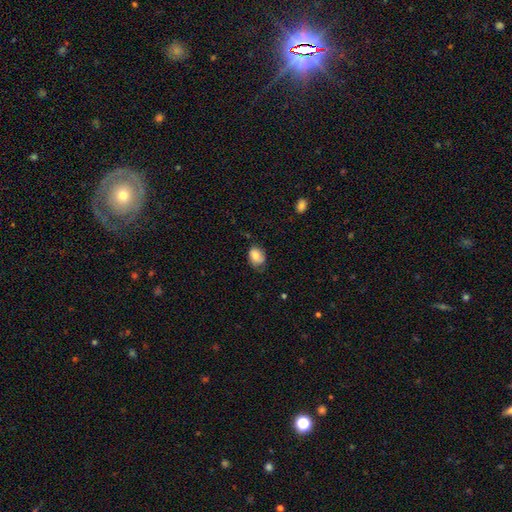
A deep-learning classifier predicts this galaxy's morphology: Smooth or featured: smooth — 78% (featured or disk — 14%)
How rounded: in between — 73% (round — 26%)
Merging: none — 55% (minor disturbance — 33%)